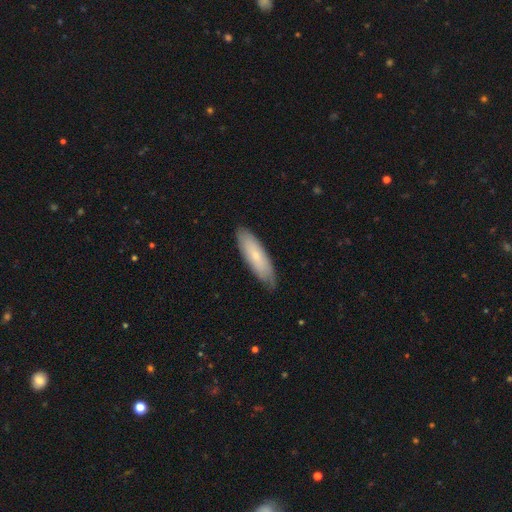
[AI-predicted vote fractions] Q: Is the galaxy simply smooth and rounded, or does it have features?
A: smooth — 60%.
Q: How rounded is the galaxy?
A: cigar-shaped — 54%.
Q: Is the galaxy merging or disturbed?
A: none — 79%.